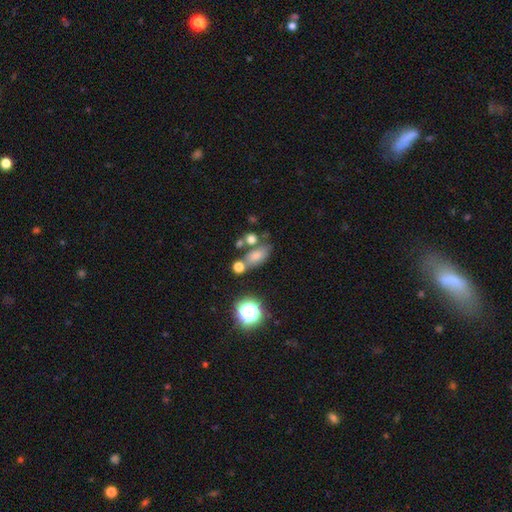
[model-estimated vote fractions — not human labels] smooth-or-featured: smooth: 69% | star or artifact: 17% | featured or disk: 14%
  how-rounded: in between: 77% | round: 16% | cigar-shaped: 7%
  merging: none: 53% | merger: 22% | minor disturbance: 17% | major disturbance: 8%